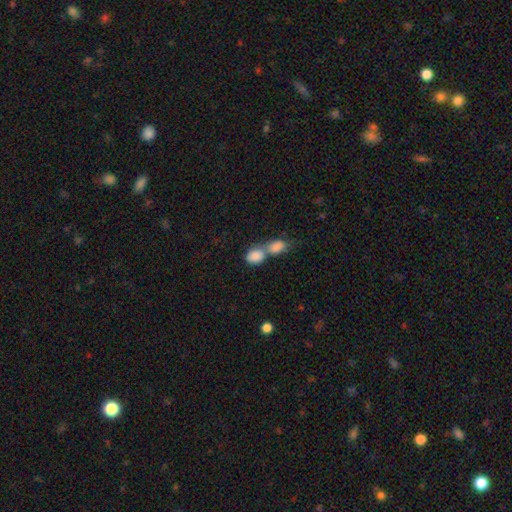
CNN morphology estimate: Smooth or featured? Predicted: smooth (p=0.85). How rounded? Predicted: in between (p=0.71). Merging? Predicted: merger (p=0.74).